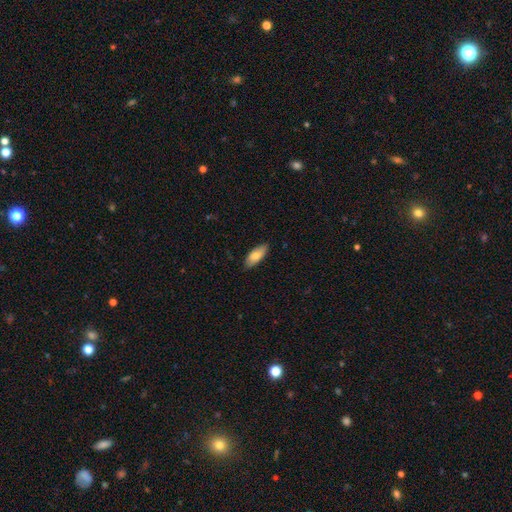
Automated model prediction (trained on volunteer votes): smooth 81%, featured or disk 13%, star or artifact 6%. Down the decision tree: how rounded — in between (79%); merging — none (85%).